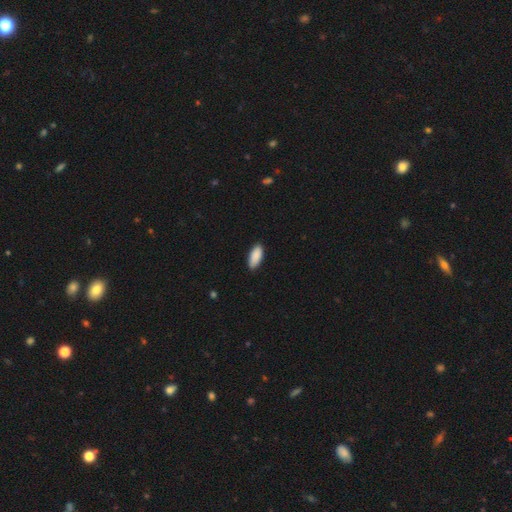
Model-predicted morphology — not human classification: smooth-or-featured: smooth: 91% | star or artifact: 6% | featured or disk: 3%
  how-rounded: in between: 88% | cigar-shaped: 10% | round: 2%
  merging: none: 87% | minor disturbance: 10% | major disturbance: 2% | merger: 1%